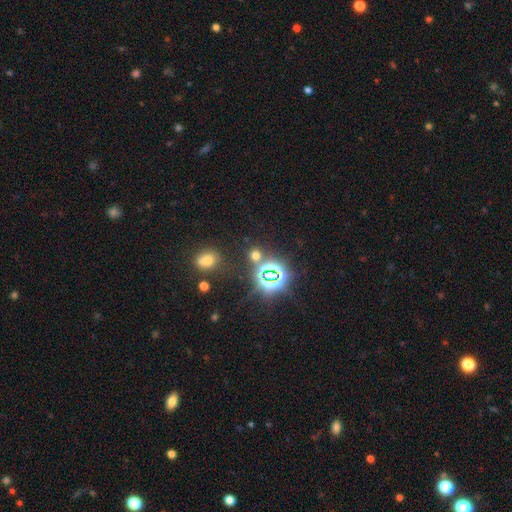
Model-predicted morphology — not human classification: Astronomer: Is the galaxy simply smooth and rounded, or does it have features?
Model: star or artifact — 49% (runner-up: smooth, 44%).